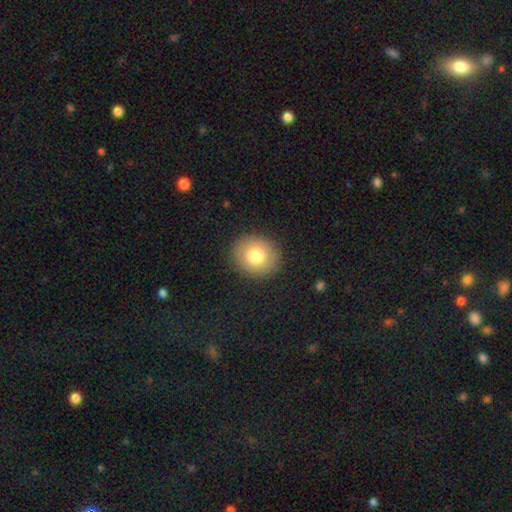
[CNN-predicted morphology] Overall: smooth (79%). How rounded: round (78%). Merging: none (90%).